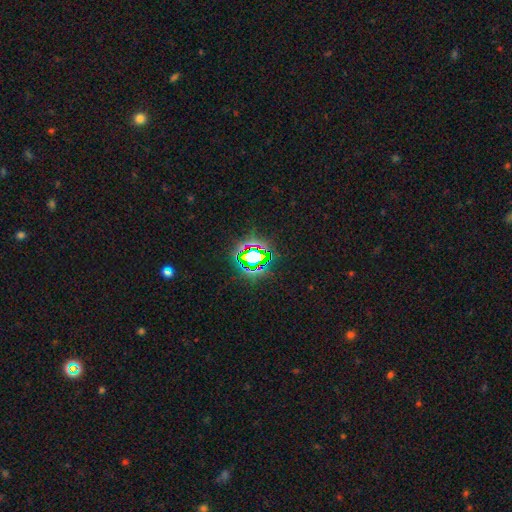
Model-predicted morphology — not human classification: type=star or artifact (72%).